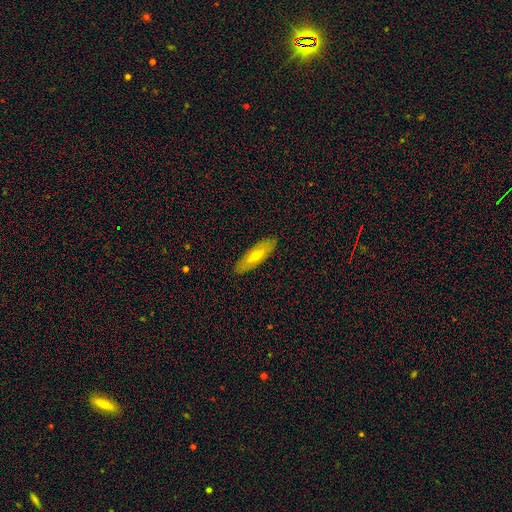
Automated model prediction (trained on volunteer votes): Smooth or featured: smooth — 52% (featured or disk — 42%)
How rounded: cigar-shaped — 51% (in between — 47%)
Merging: none — 89% (minor disturbance — 8%)